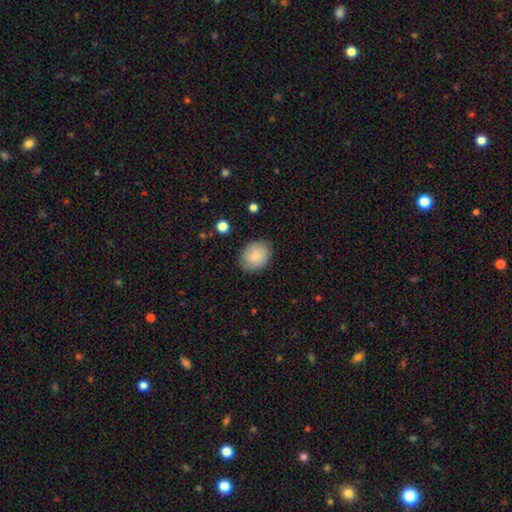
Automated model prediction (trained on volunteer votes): This is clearly a smooth galaxy (84%). How rounded: possibly in between (54%). Merging: clearly none (84%).